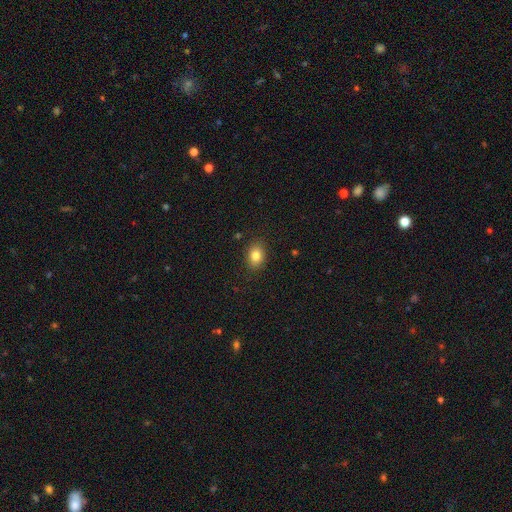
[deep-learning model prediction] Overall: smooth (83%). How rounded: in between (72%). Merging: none (87%).